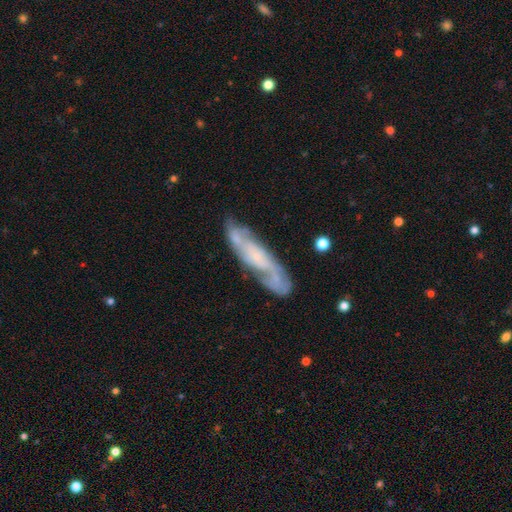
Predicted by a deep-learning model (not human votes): A featured or disk galaxy (75%) with no bar (56%), 2 (65%) medium (45%) spiral arms (90%) and a small central bulge (56%). Merging: none (70%).